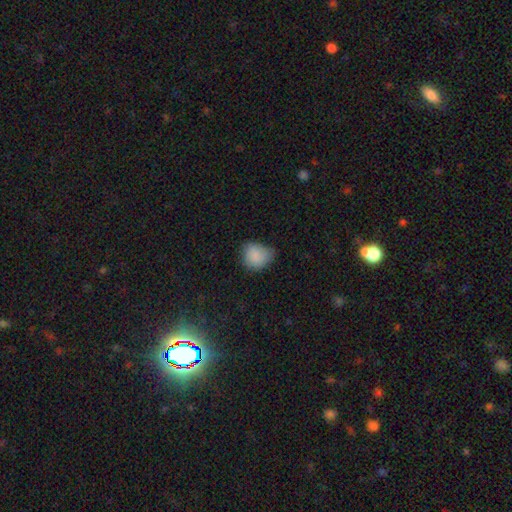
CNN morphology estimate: Q: Smooth or featured?
A: smooth (85%); runner-up: star or artifact (8%)
Q: How rounded?
A: round (68%); runner-up: in between (31%)
Q: Merging?
A: none (55%); runner-up: minor disturbance (36%)